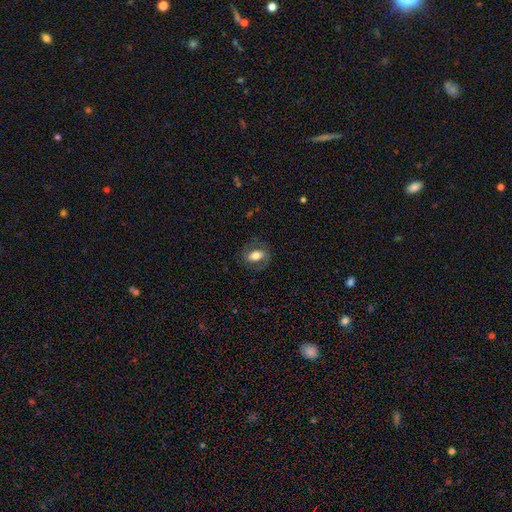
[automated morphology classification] type=smooth (52%); roundness=in between (79%); merging=none (73%).